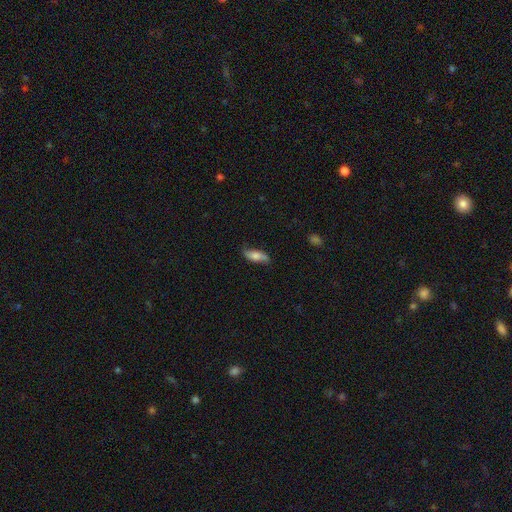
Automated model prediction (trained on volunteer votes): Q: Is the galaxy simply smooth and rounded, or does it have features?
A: smooth — 63%.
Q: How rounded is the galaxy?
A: in between — 69%.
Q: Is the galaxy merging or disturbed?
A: none — 75%.